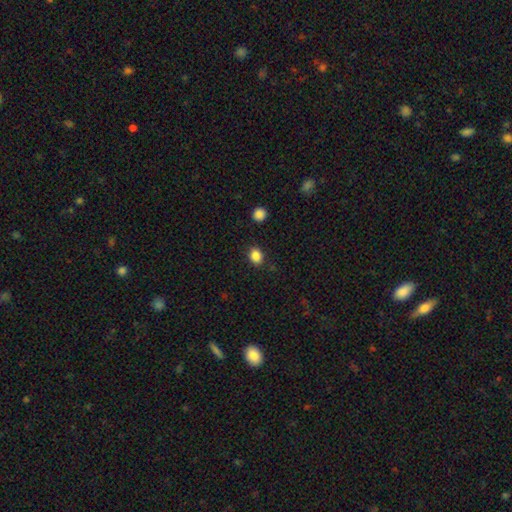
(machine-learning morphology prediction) This appears to be a smooth galaxy with no disk features (86%) that is in between round and cigar-shaped (50%). Merging: none (87%).